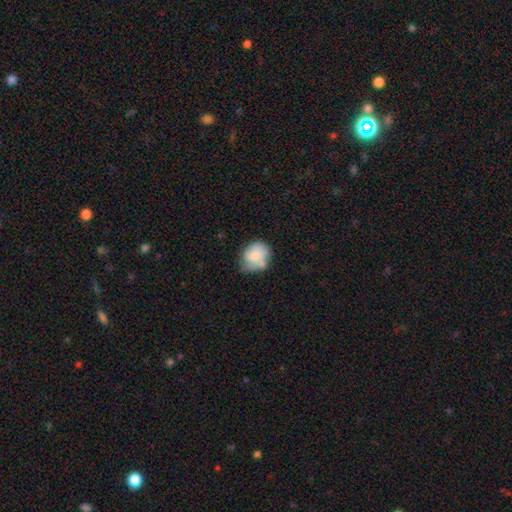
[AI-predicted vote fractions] This appears to be a smooth galaxy with no disk features (70%) that is round (57%). Merging: none (44%).